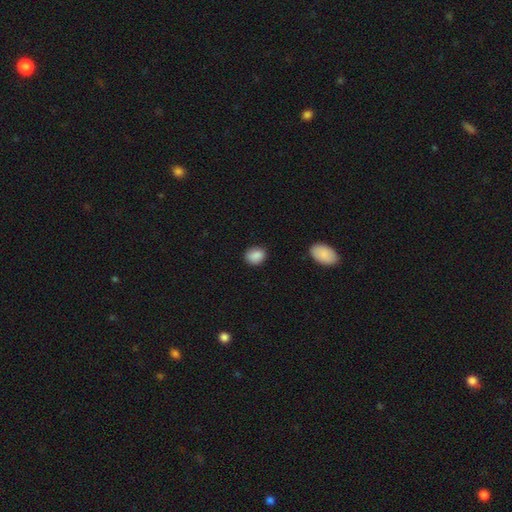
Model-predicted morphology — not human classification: type=smooth (88%); roundness=round (55%); merging=none (83%).